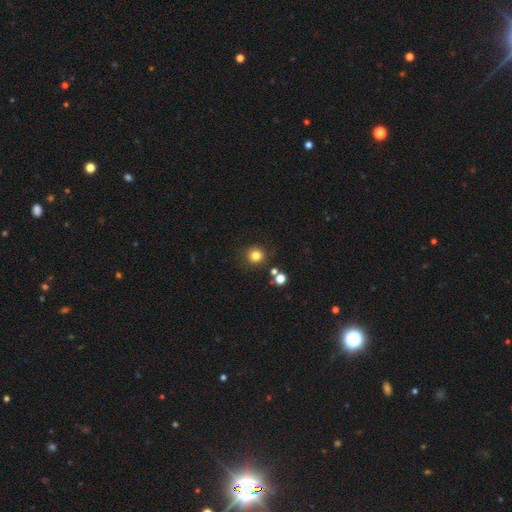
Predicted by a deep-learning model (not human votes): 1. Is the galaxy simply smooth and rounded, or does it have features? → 81% smooth, 13% star or artifact, 6% featured or disk.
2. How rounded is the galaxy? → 92% round, 7% in between, 1% cigar-shaped.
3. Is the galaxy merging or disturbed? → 85% none, 8% minor disturbance, 5% merger, 3% major disturbance.